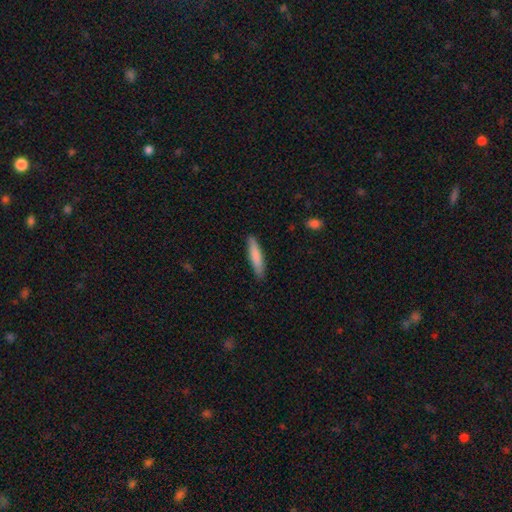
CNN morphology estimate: type=smooth (81%); roundness=cigar-shaped (86%); merging=none (88%).